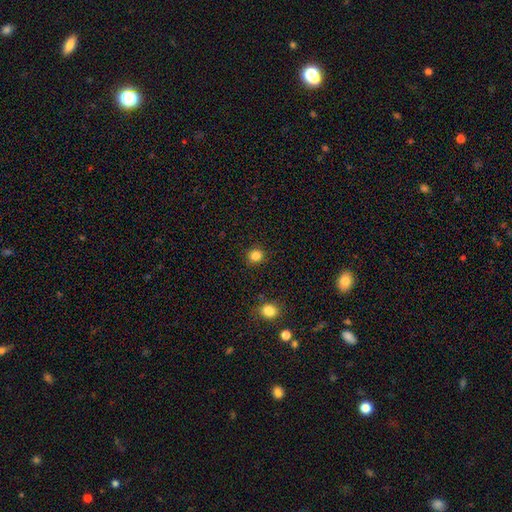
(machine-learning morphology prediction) smooth_or_featured: smooth (p=0.83) [alt: star or artifact p=0.13]
how_rounded: round (p=0.89) [alt: in between p=0.10]
merging: none (p=0.90) [alt: minor disturbance p=0.06]